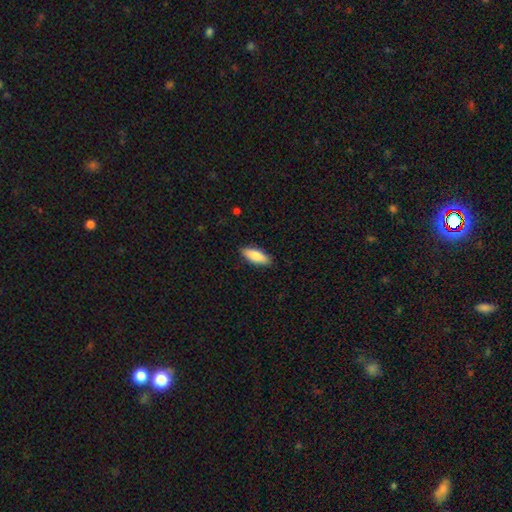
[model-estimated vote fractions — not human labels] This is clearly a smooth galaxy (85%). How rounded: likely in between (67%). Merging: clearly none (88%).